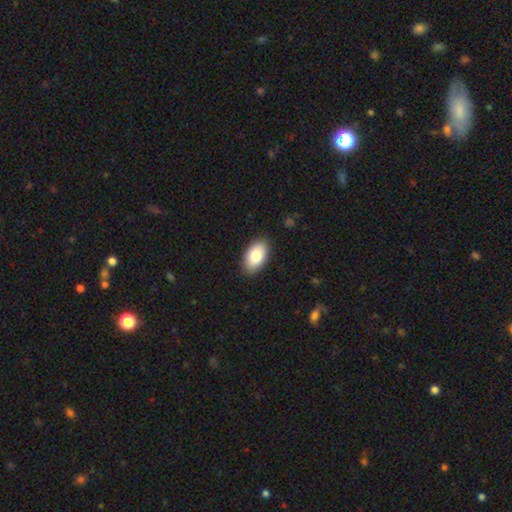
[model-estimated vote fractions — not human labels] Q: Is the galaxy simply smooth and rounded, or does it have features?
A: smooth — 85%.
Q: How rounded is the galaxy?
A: in between — 95%.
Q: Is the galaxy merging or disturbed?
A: none — 88%.